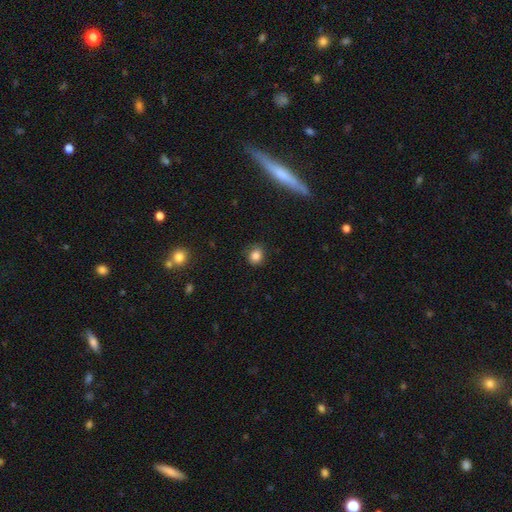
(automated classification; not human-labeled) Q: Smooth or featured?
A: smooth (84%); runner-up: star or artifact (11%)
Q: How rounded?
A: round (76%); runner-up: in between (23%)
Q: Merging?
A: none (81%); runner-up: minor disturbance (14%)